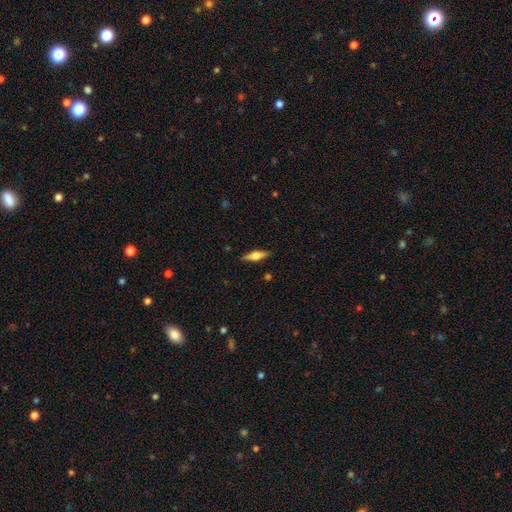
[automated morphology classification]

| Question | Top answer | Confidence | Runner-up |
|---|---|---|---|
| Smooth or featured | featured or disk | 52% | smooth (42%) |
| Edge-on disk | yes | 95% | no (5%) |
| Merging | none | 89% | minor disturbance (8%) |